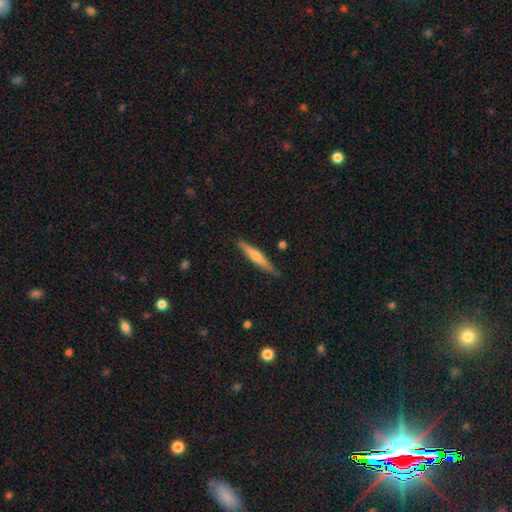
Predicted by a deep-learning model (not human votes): Smooth or featured?
  - featured or disk: 53% *
  - smooth: 41%
  - star or artifact: 6%
Edge-on disk?
  - yes: 97% *
  - no: 3%
Edge-on bulge?
  - rounded: 71% *
  - none: 22%
  - boxy: 7%
Merging?
  - none: 88% *
  - minor disturbance: 9%
  - major disturbance: 2%
  - merger: 1%